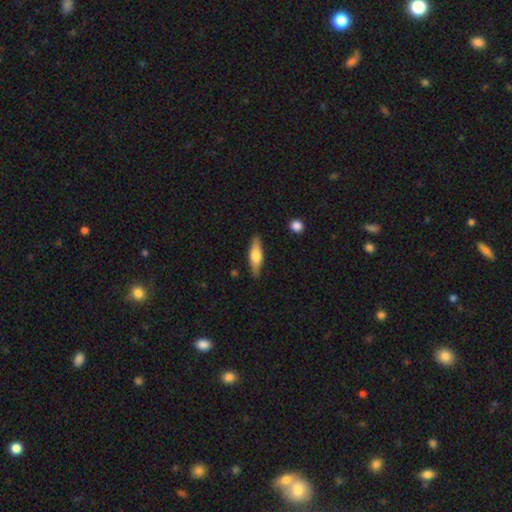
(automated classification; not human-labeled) Smooth or featured? Predicted: smooth (p=0.61). How rounded? Predicted: cigar-shaped (p=0.51). Merging? Predicted: none (p=0.86).